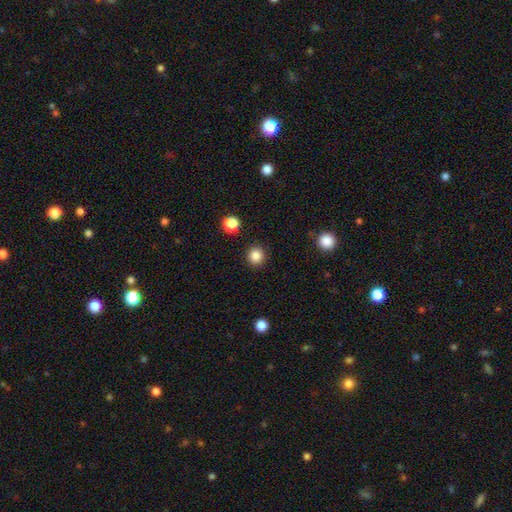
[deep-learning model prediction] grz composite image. It shows a smooth galaxy with no disk features (85%) that is round (93%). Merging: none (92%).